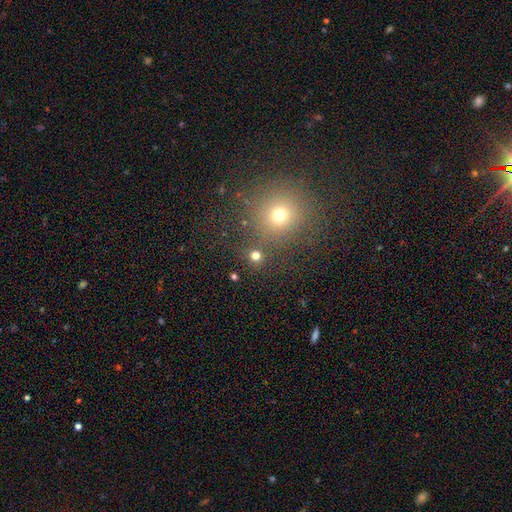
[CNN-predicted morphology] Overall: smooth (74%). How rounded: round (90%). Merging: none (80%).